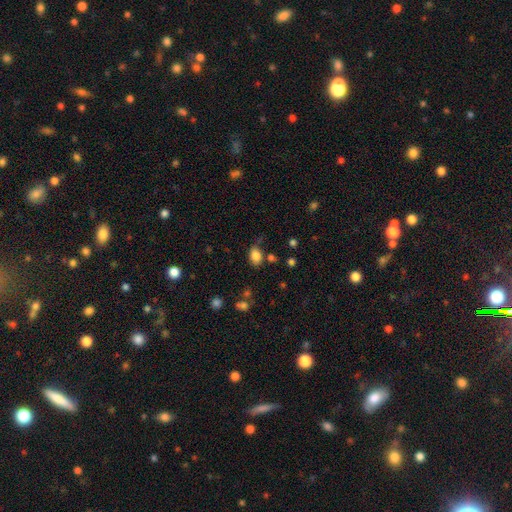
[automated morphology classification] The model was most divided on "merging": none: 65%, minor disturbance: 23%, major disturbance: 7%, merger: 5%. More confident: smooth or featured — smooth (84%); how rounded — in between (76%).